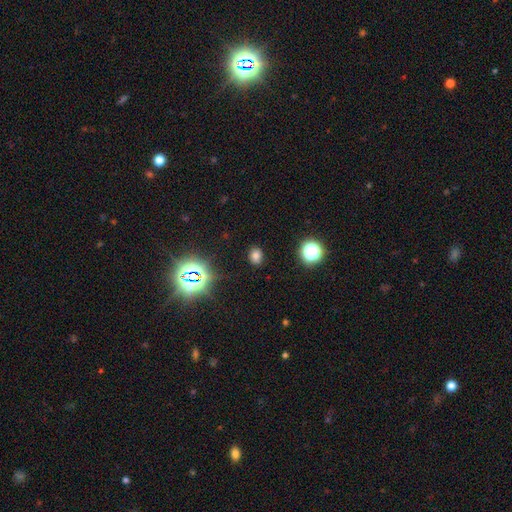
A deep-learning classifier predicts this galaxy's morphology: Q: Smooth or featured?
A: smooth (70%); runner-up: star or artifact (23%)
Q: How rounded?
A: in between (57%); runner-up: round (42%)
Q: Merging?
A: none (87%); runner-up: minor disturbance (9%)